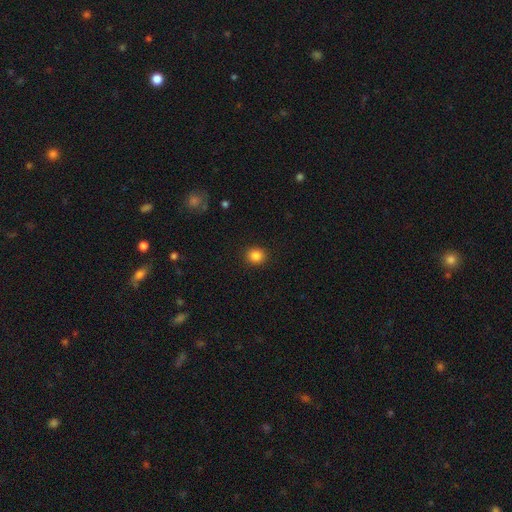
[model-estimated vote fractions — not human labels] Q: Smooth or featured?
A: smooth (85%); runner-up: star or artifact (11%)
Q: How rounded?
A: round (86%); runner-up: in between (14%)
Q: Merging?
A: none (91%); runner-up: minor disturbance (6%)